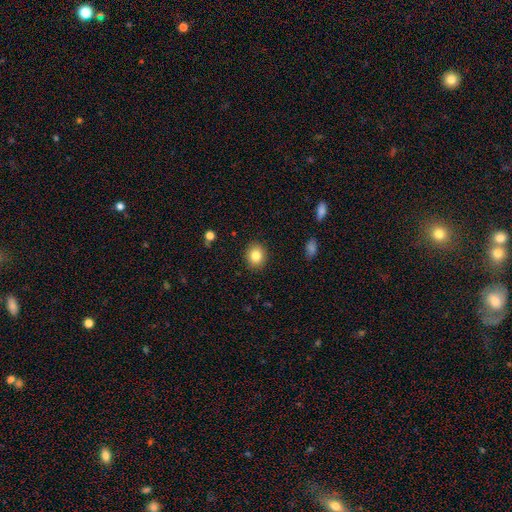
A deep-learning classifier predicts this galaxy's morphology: Smooth or featured?
  - smooth: 83% *
  - star or artifact: 10%
  - featured or disk: 7%
How rounded?
  - round: 64% *
  - in between: 35%
  - cigar-shaped: 1%
Merging?
  - none: 90% *
  - minor disturbance: 7%
  - major disturbance: 2%
  - merger: 1%